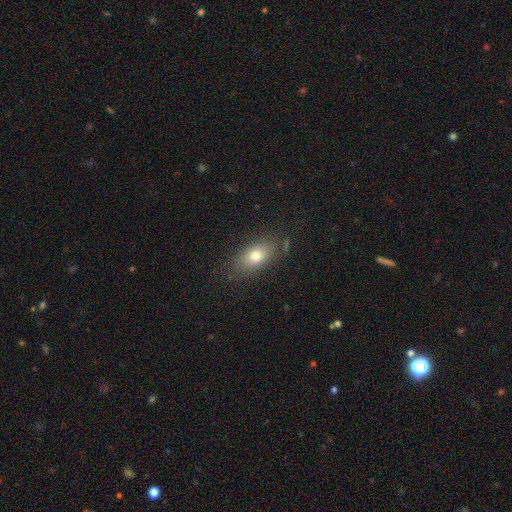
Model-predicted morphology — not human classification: Smooth or featured? Predicted: smooth (p=0.76). How rounded? Predicted: in between (p=0.82). Merging? Predicted: none (p=0.78).